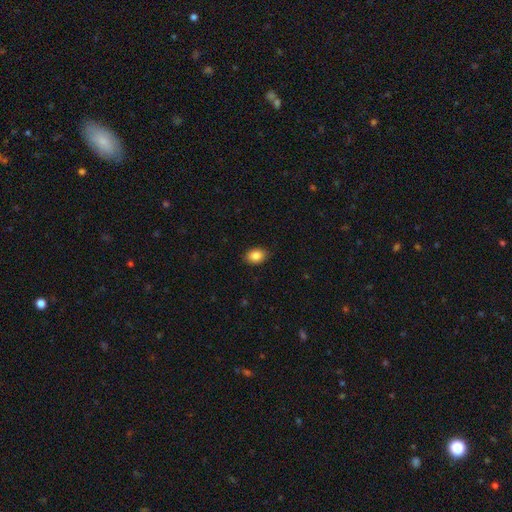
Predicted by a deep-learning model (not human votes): This is clearly a smooth galaxy (87%). How rounded: likely in between (73%). Merging: clearly none (89%).